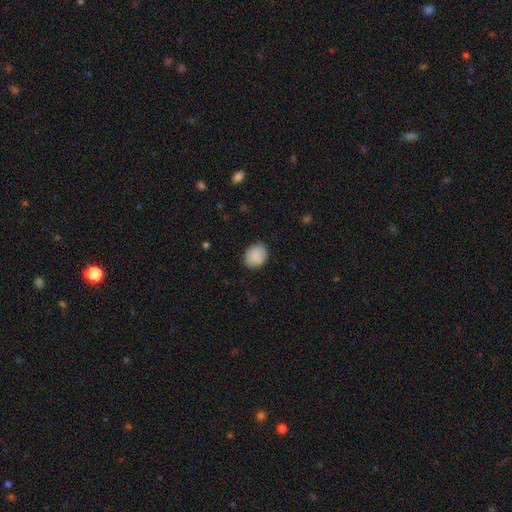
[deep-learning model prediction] Morphology: type=smooth (89%); roundness=round (53%); merging=none (83%).